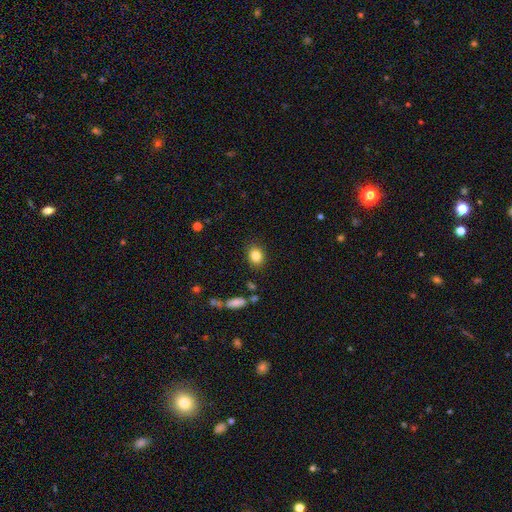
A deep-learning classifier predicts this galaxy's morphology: Overall: smooth (84%). How rounded: in between (53%; round 46%). Merging: none (86%).